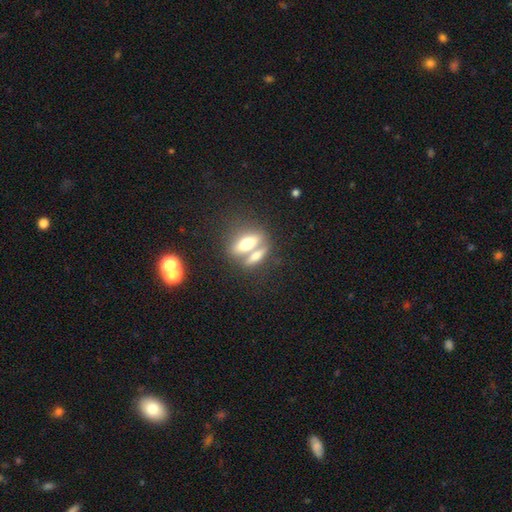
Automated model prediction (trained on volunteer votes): This is possibly a smooth galaxy (56%). How rounded: possibly in between (51%). Merging: possibly merger (46%).